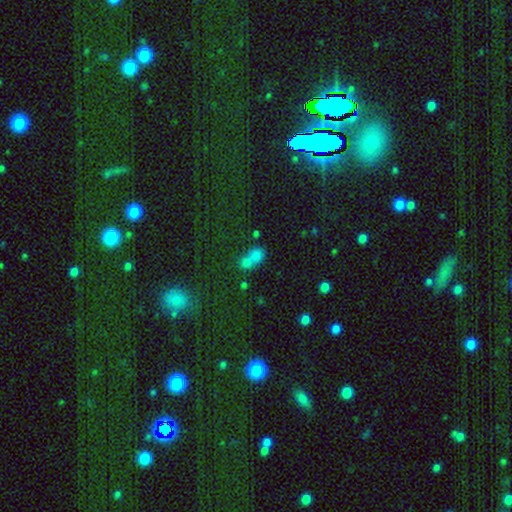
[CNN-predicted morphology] Smooth or featured? Predicted: smooth (p=0.70). How rounded? Predicted: round (p=0.53). Merging? Predicted: merger (p=0.63).